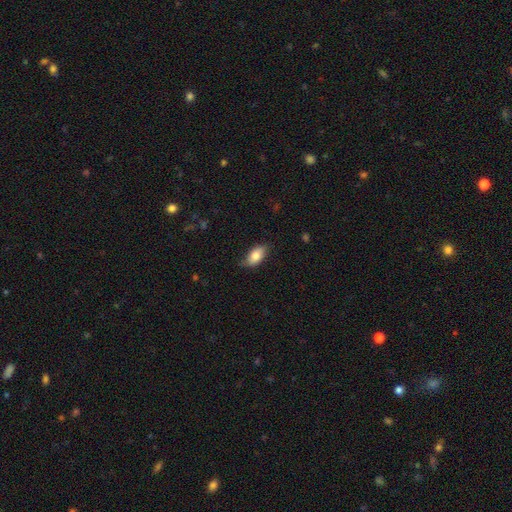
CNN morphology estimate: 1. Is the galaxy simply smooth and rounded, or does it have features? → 78% smooth, 15% featured or disk, 7% star or artifact.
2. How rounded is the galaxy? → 91% in between, 5% round, 4% cigar-shaped.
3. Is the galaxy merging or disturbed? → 74% none, 22% minor disturbance, 4% major disturbance, 1% merger.